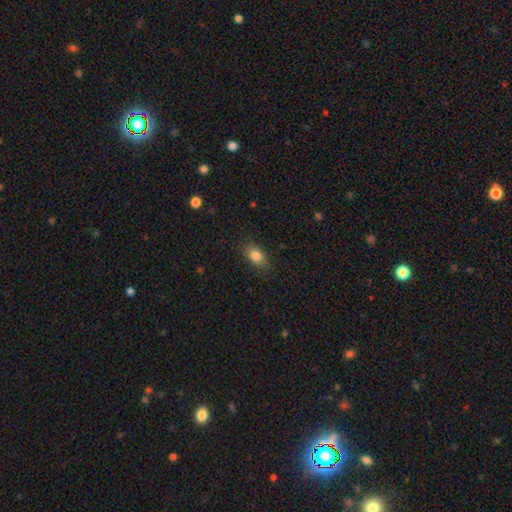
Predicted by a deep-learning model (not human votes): smooth 83%, star or artifact 9%, featured or disk 8%. Down the decision tree: how rounded — in between (82%); merging — none (84%).